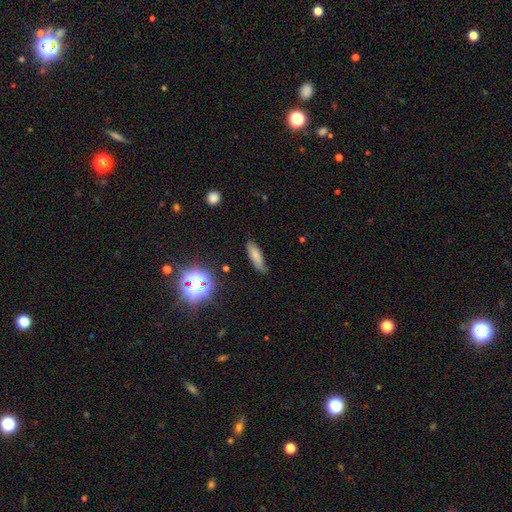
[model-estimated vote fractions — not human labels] smooth_or_featured: smooth (p=0.73) [alt: featured or disk p=0.14]
how_rounded: cigar-shaped (p=0.51) [alt: in between p=0.46]
merging: none (p=0.73) [alt: minor disturbance p=0.21]